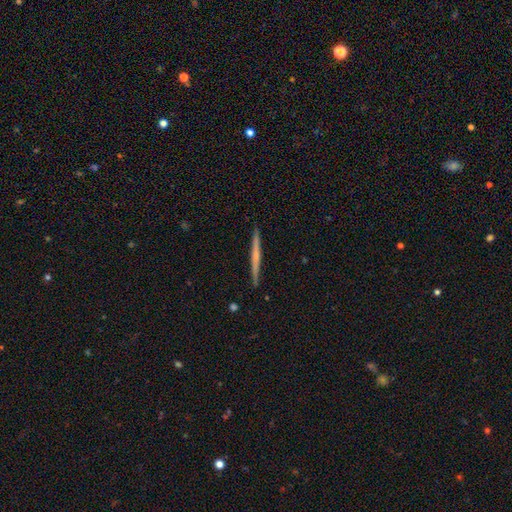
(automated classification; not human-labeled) A featured or disk galaxy (61%) viewed edge-on (98%) with no central bulge (61%). Merging: none (92%).